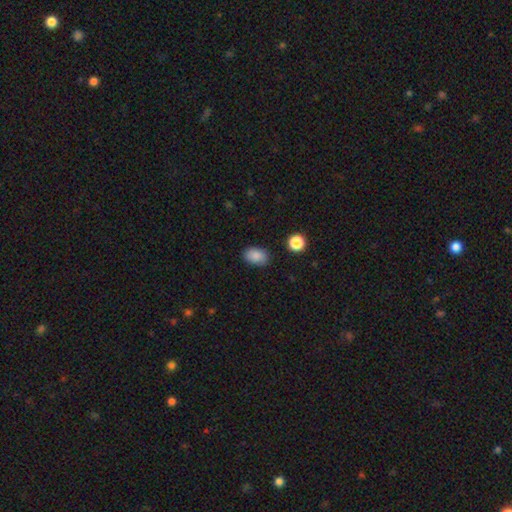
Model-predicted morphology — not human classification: smooth 87%, star or artifact 9%, featured or disk 4%. Down the decision tree: how rounded — in between (85%); merging — none (85%).